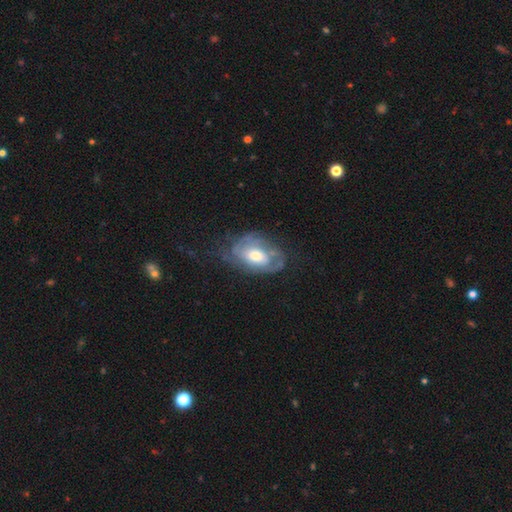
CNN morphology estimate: Smooth or featured?
  - featured or disk: 68% *
  - smooth: 25%
  - star or artifact: 7%
Edge-on disk?
  - no: 95% *
  - yes: 5%
Bar?
  - no: 66% *
  - weak: 27%
  - strong: 7%
Spiral arms?
  - yes: 75% *
  - no: 25%
Bulge size?
  - moderate: 64% *
  - large: 21%
  - small: 12%
  - dominant: 1%
  - none: 1%
Merging?
  - none: 51% *
  - minor disturbance: 27%
  - major disturbance: 21%
  - merger: 2%